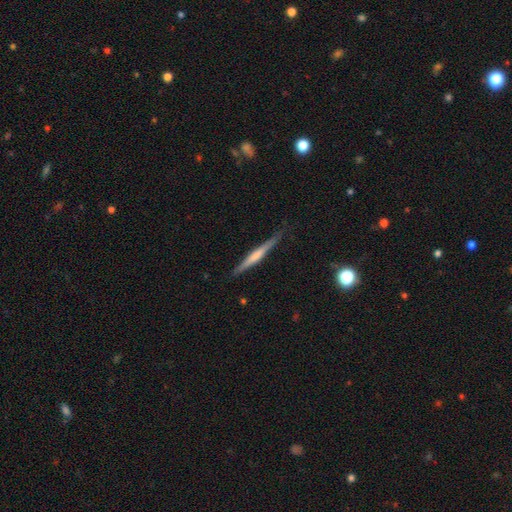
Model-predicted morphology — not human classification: Smooth or featured? Predicted: featured or disk (p=0.54). Edge-on disk? Predicted: yes (p=0.97). Edge-on bulge? Predicted: none (p=0.44). Merging? Predicted: none (p=0.84).